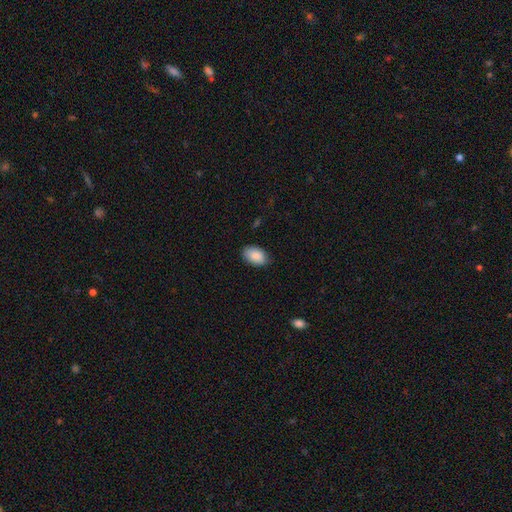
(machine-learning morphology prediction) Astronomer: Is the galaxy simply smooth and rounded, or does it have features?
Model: smooth — 89%.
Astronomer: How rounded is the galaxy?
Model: in between — 92%.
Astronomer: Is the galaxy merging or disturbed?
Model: none — 83%.